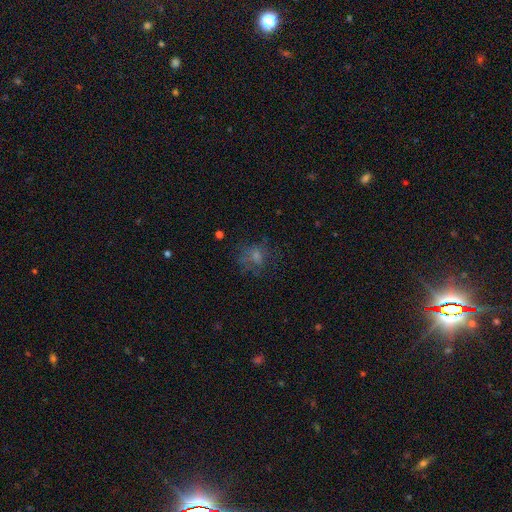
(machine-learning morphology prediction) type=smooth (49%); merging=none (64%).